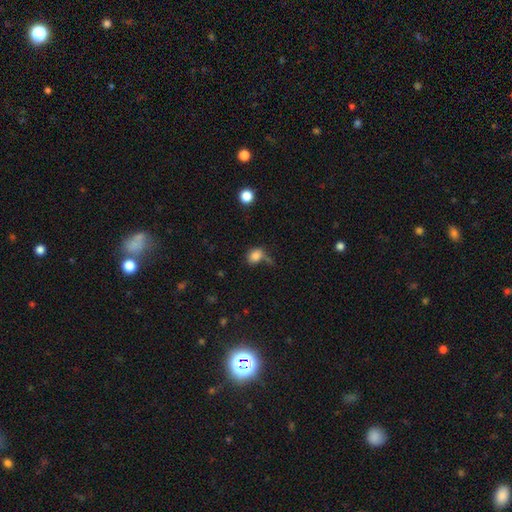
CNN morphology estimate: Smooth or featured?
  - smooth: 82% *
  - star or artifact: 11%
  - featured or disk: 7%
How rounded?
  - in between: 56% *
  - round: 42%
  - cigar-shaped: 1%
Merging?
  - none: 50% *
  - minor disturbance: 22%
  - merger: 17%
  - major disturbance: 12%